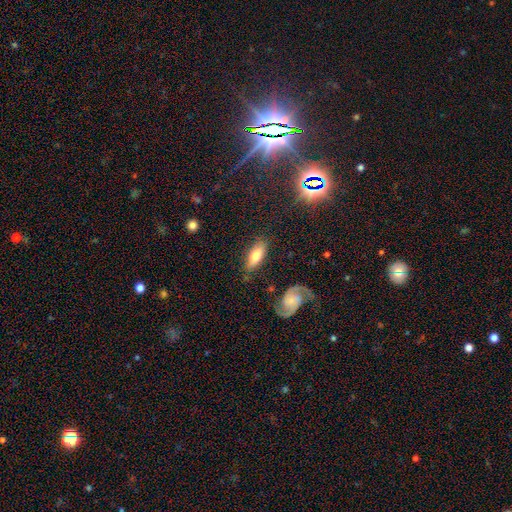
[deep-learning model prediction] smooth 66%, featured or disk 27%, star or artifact 7%. Down the decision tree: how rounded — in between (70%); merging — none (77%).